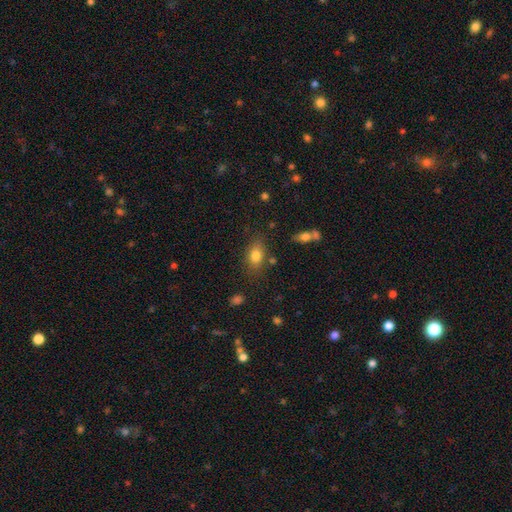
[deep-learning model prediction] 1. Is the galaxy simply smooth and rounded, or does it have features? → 79% smooth, 11% featured or disk, 10% star or artifact.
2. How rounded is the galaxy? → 83% in between, 13% round, 4% cigar-shaped.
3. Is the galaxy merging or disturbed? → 75% none, 15% minor disturbance, 5% merger, 5% major disturbance.